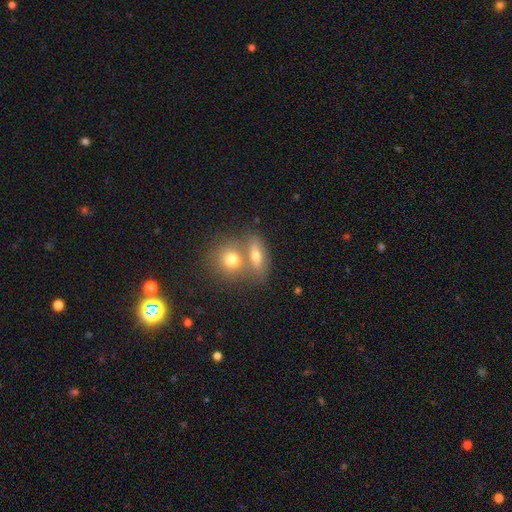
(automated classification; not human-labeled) Smooth or featured: smooth — 67% (featured or disk — 23%)
How rounded: in between — 61% (round — 28%)
Merging: merger — 47% (none — 41%)